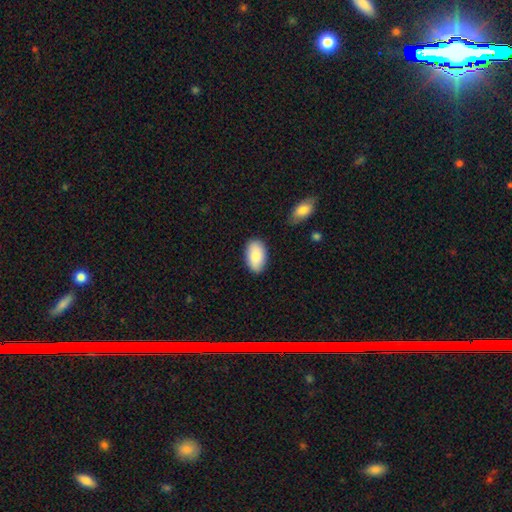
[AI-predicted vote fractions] Smooth or featured?
  - smooth: 87% *
  - featured or disk: 7%
  - star or artifact: 6%
How rounded?
  - in between: 94% *
  - round: 4%
  - cigar-shaped: 1%
Merging?
  - none: 84% *
  - minor disturbance: 12%
  - major disturbance: 2%
  - merger: 2%